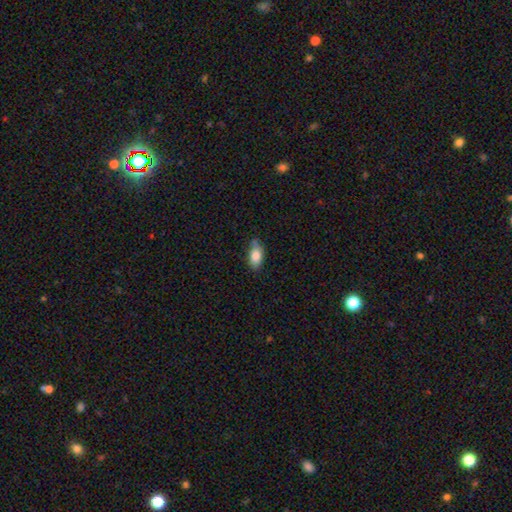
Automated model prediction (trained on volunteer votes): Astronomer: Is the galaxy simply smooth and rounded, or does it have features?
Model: smooth — 82%.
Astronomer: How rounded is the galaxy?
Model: in between — 89%.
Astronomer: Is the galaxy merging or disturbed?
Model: none — 69%.